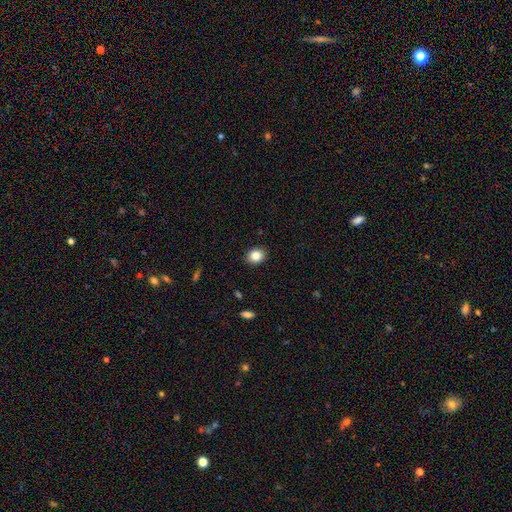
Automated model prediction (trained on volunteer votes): A smooth galaxy with no disk features (85%) that is round (54%). Merging: none (90%).